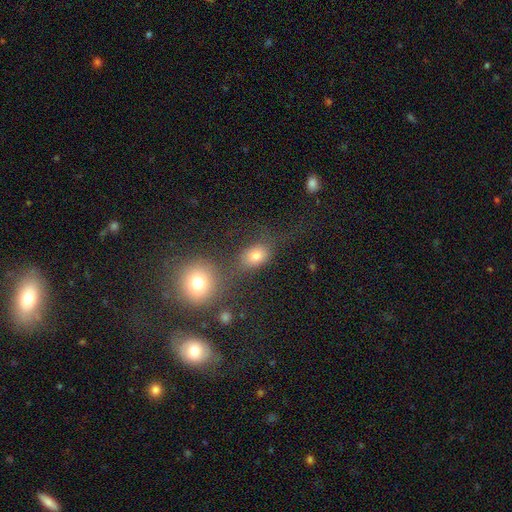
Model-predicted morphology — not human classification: This is likely a smooth galaxy (73%). How rounded: likely in between (61%). Merging: possibly none (53%).